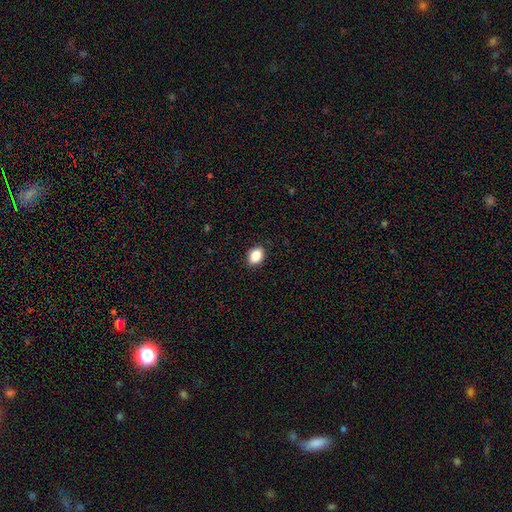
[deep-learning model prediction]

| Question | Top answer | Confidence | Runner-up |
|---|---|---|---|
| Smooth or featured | smooth | 87% | star or artifact (8%) |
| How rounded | in between | 73% | round (26%) |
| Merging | none | 90% | minor disturbance (8%) |